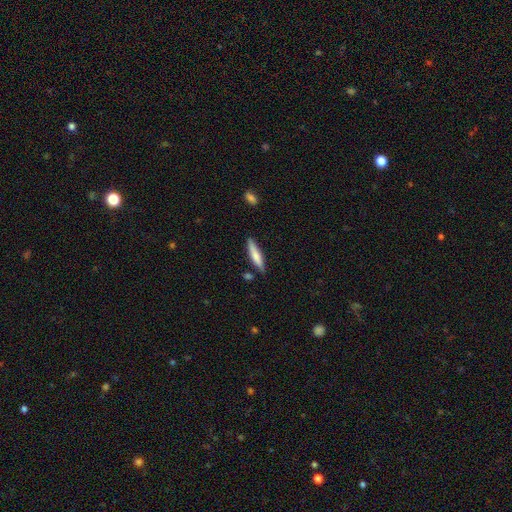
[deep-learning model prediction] Overall: smooth (68%). How rounded: cigar-shaped (83%). Merging: none (80%).